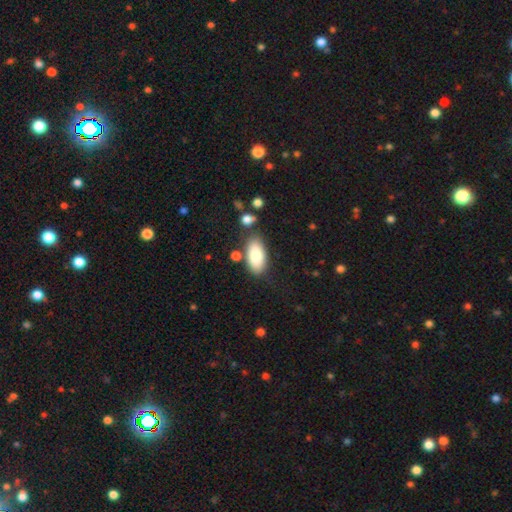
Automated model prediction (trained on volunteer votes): smooth-or-featured: smooth: 84% | featured or disk: 10% | star or artifact: 6%
  how-rounded: in between: 92% | cigar-shaped: 5% | round: 2%
  merging: none: 76% | minor disturbance: 13% | merger: 7% | major disturbance: 4%